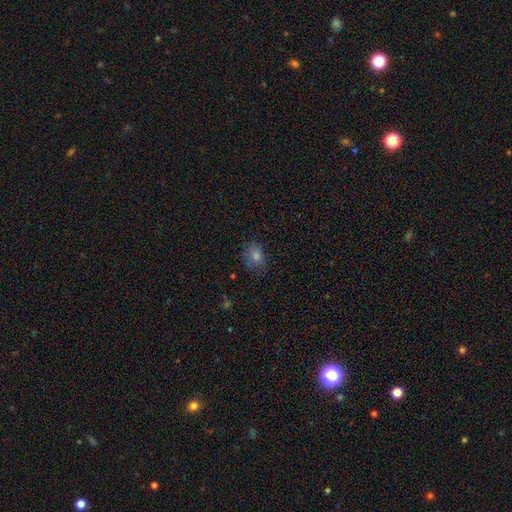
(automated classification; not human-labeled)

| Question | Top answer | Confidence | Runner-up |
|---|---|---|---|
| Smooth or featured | smooth | 74% | star or artifact (16%) |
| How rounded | in between | 52% | round (47%) |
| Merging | none | 77% | minor disturbance (17%) |